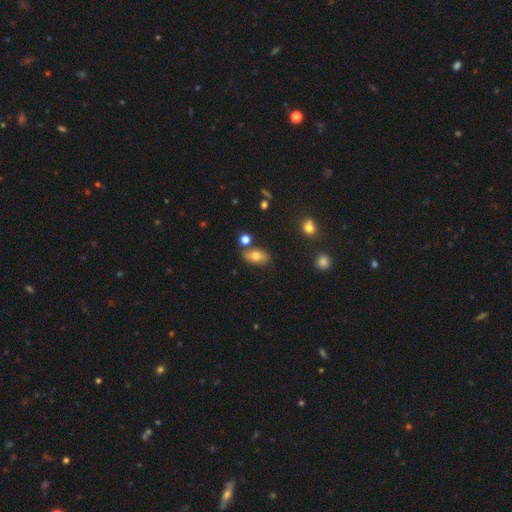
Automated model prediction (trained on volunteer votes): Smooth or featured? Predicted: smooth (p=0.63). How rounded? Predicted: in between (p=0.84). Merging? Predicted: none (p=0.72).